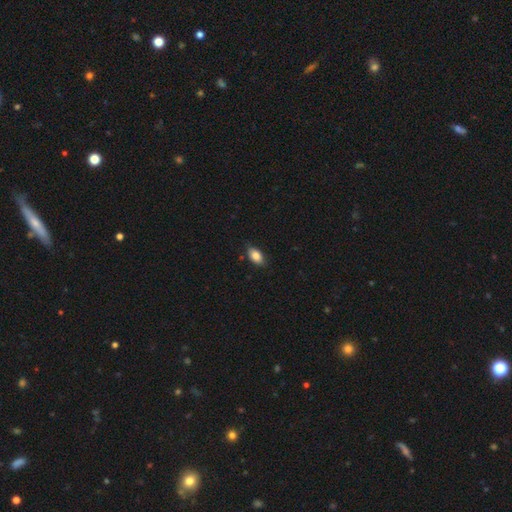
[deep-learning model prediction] The model was most divided on "merging": none: 82%, minor disturbance: 15%, major disturbance: 2%, merger: 1%. More confident: how rounded — in between (91%); smooth or featured — smooth (84%).